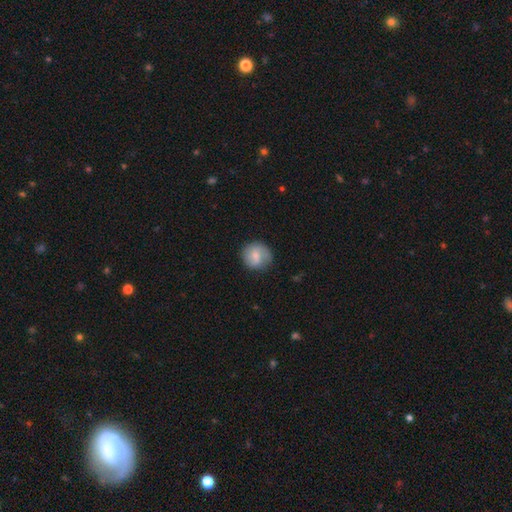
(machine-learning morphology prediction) The model was most divided on "smooth or featured": smooth: 69%, featured or disk: 24%, star or artifact: 7%. More confident: how rounded — round (87%); merging — none (74%).